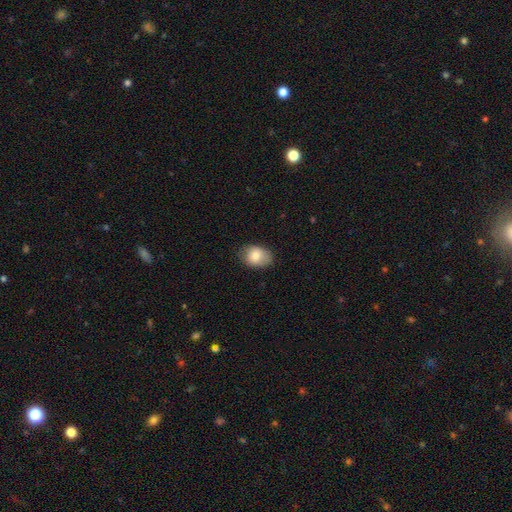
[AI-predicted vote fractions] Q: Smooth or featured?
A: smooth (81%); runner-up: featured or disk (12%)
Q: How rounded?
A: in between (74%); runner-up: round (25%)
Q: Merging?
A: none (77%); runner-up: minor disturbance (18%)